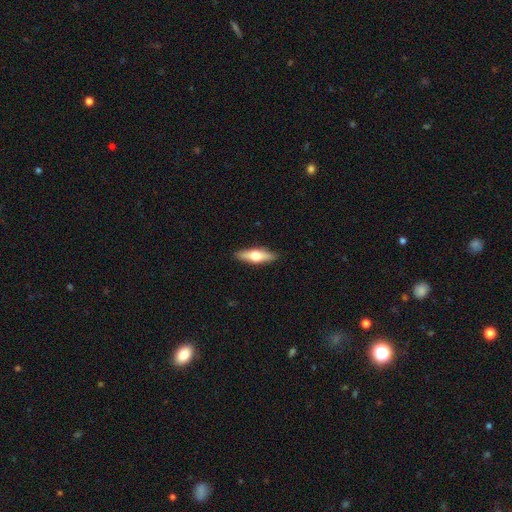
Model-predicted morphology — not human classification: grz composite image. It shows a smooth galaxy with no disk features (48%). Merging: none (90%).